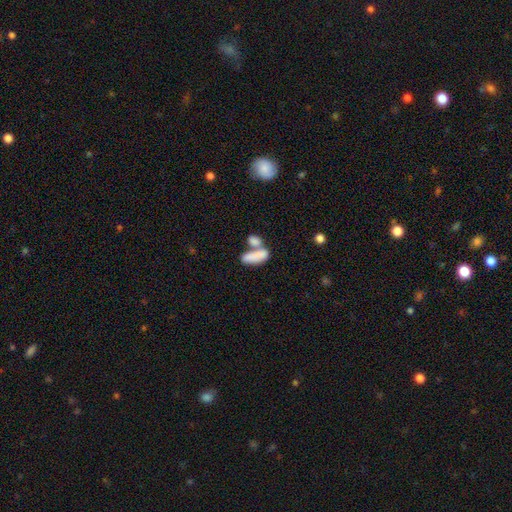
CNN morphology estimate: Overall: smooth (79%). How rounded: in between (75%). Merging: merger (57%; none 27%).